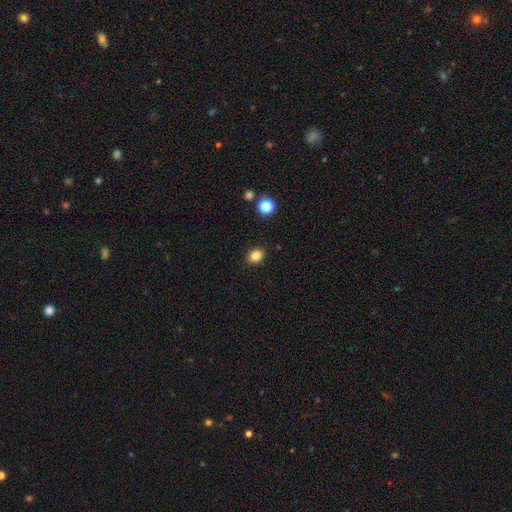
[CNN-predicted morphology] Smooth or featured?
  - smooth: 84% *
  - star or artifact: 12%
  - featured or disk: 5%
How rounded?
  - round: 54% *
  - in between: 46%
  - cigar-shaped: 1%
Merging?
  - none: 89% *
  - minor disturbance: 8%
  - major disturbance: 2%
  - merger: 1%